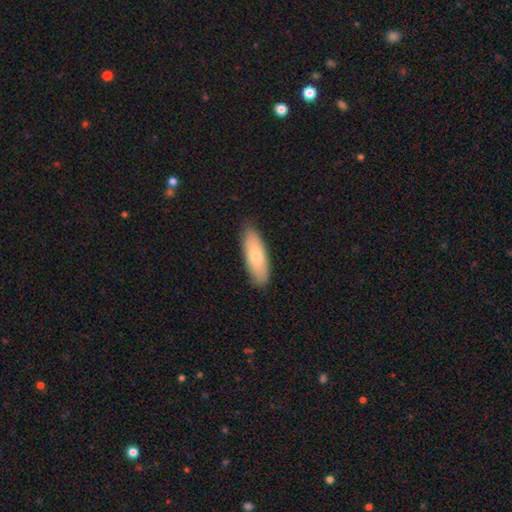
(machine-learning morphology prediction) smooth 72%, featured or disk 22%, star or artifact 6%. Down the decision tree: how rounded — in between (63%); merging — none (86%).